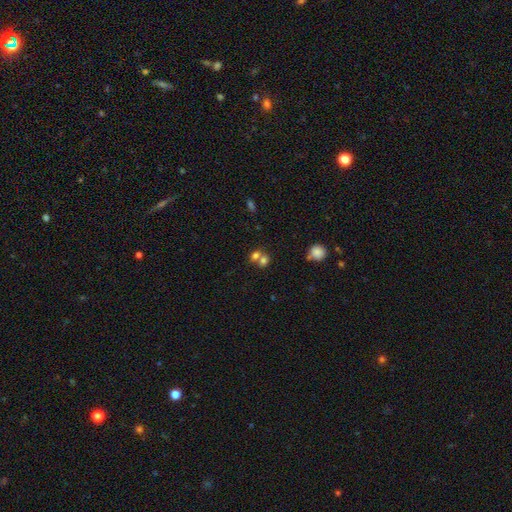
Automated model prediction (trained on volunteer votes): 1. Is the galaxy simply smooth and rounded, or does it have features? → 72% smooth, 14% star or artifact, 14% featured or disk.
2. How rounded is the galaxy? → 60% round, 39% in between, 1% cigar-shaped.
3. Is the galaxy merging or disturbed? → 59% merger, 32% none, 6% minor disturbance, 3% major disturbance.